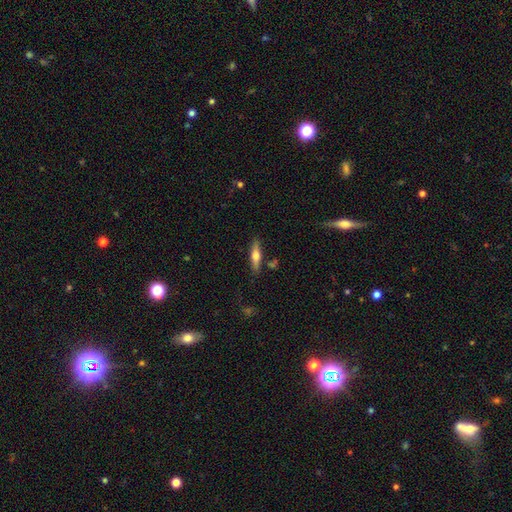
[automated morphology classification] This is possibly a smooth galaxy (47%). Merging: clearly none (82%).